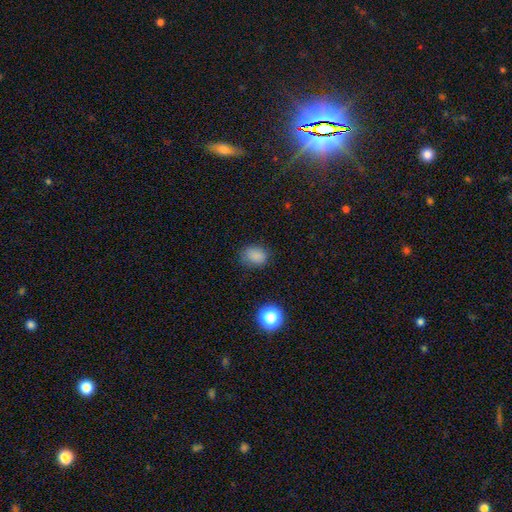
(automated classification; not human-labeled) Overall: smooth (83%). How rounded: in between (65%; round 34%). Merging: none (76%).